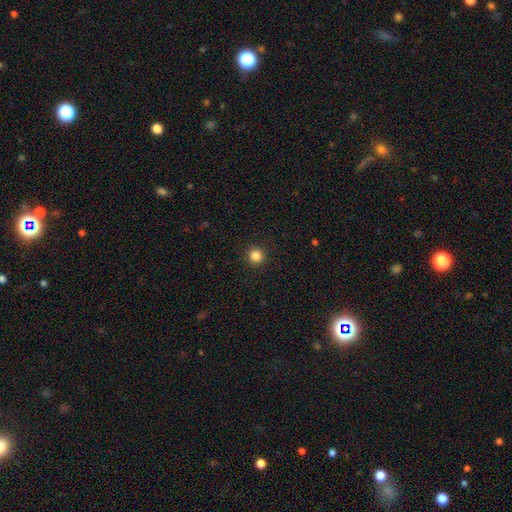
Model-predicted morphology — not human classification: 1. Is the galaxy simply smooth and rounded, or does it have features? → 85% smooth, 11% star or artifact, 3% featured or disk.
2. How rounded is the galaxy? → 95% round, 4% in between, 1% cigar-shaped.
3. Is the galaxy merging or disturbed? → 93% none, 4% minor disturbance, 2% major disturbance, 1% merger.